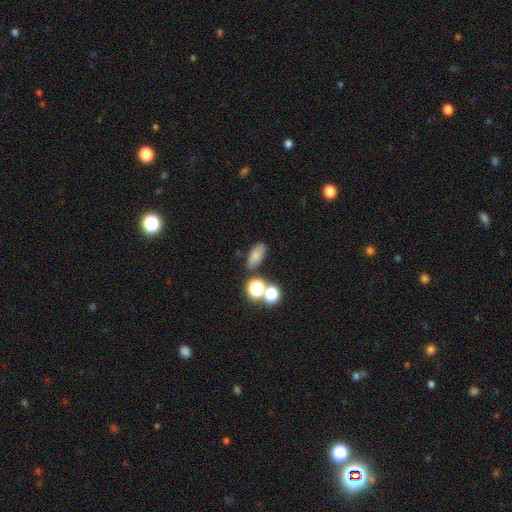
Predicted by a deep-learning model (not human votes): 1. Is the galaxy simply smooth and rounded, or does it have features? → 72% smooth, 16% star or artifact, 11% featured or disk.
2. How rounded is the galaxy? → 77% in between, 15% round, 8% cigar-shaped.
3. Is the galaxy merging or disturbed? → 74% none, 13% minor disturbance, 10% merger, 4% major disturbance.